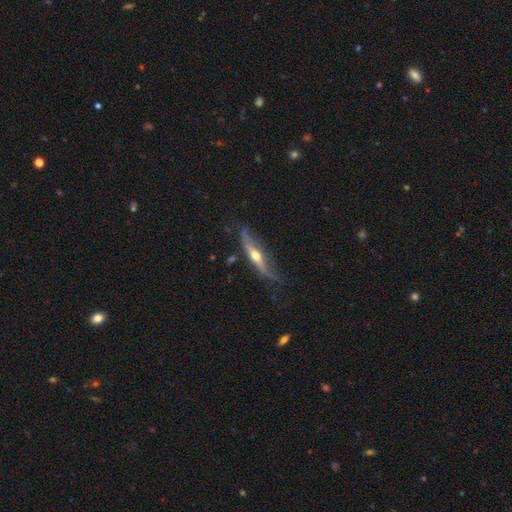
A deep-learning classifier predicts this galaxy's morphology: Smooth or featured?
  - featured or disk: 67% *
  - smooth: 28%
  - star or artifact: 5%
Edge-on disk?
  - yes: 87% *
  - no: 13%
Edge-on bulge?
  - rounded: 91% *
  - none: 6%
  - boxy: 3%
Merging?
  - none: 61% *
  - minor disturbance: 27%
  - major disturbance: 9%
  - merger: 3%